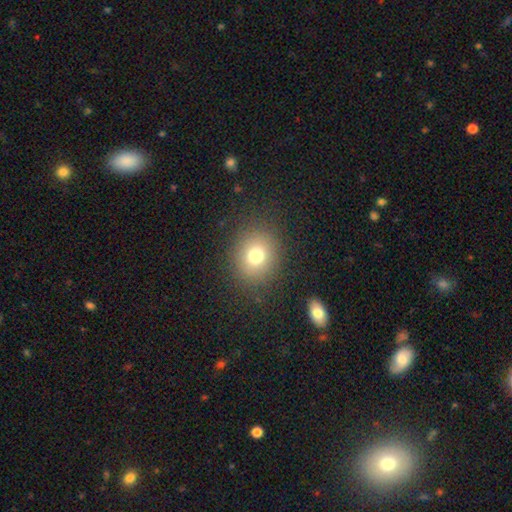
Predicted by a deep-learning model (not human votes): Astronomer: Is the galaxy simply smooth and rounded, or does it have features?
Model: smooth — 74%.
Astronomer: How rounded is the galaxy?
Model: round — 75%.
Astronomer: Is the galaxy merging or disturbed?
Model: none — 86%.